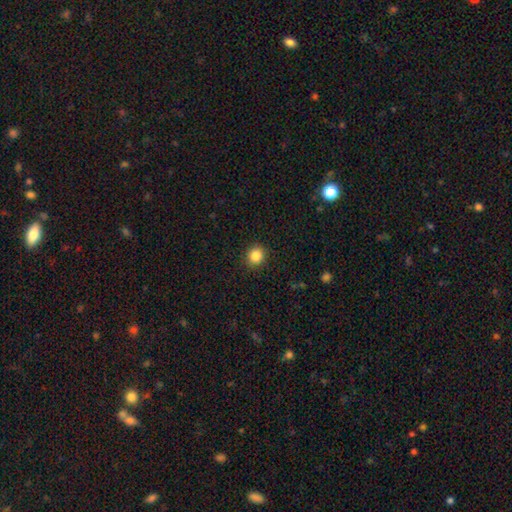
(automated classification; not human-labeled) smooth 86%, star or artifact 10%, featured or disk 4%. Down the decision tree: how rounded — round (86%); merging — none (91%).